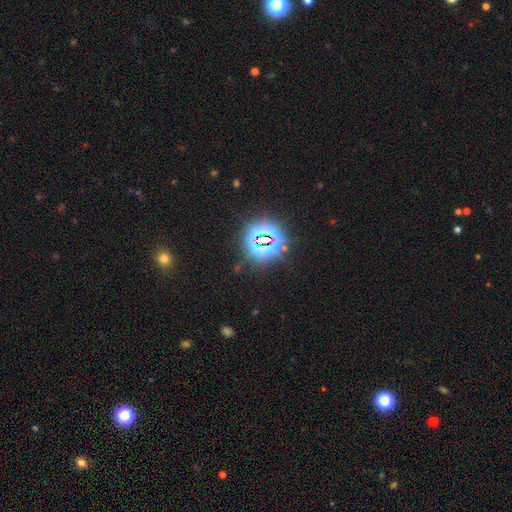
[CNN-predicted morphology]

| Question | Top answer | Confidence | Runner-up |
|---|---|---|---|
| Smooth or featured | star or artifact | 81% | smooth (13%) |